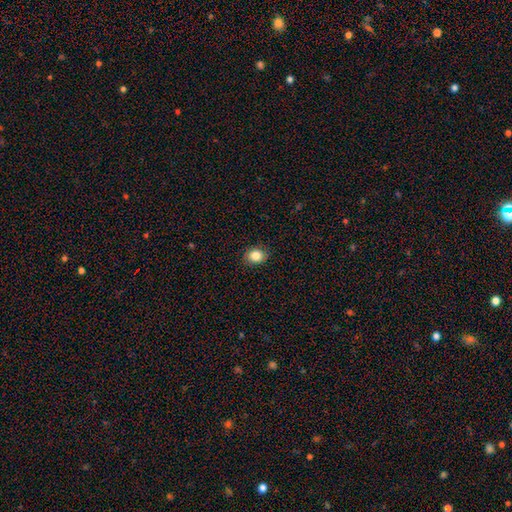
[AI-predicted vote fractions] Morphology: type=smooth (85%); roundness=round (51%); merging=none (87%).